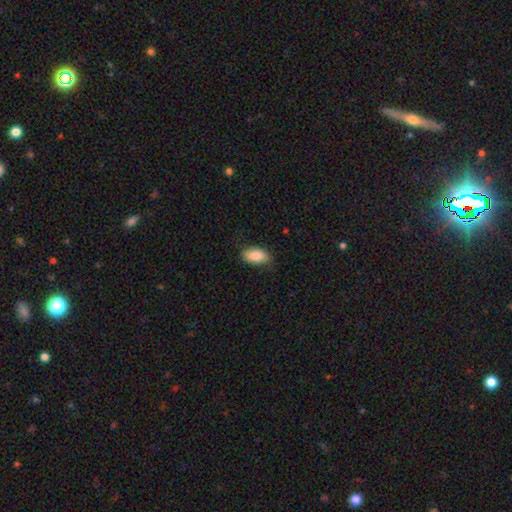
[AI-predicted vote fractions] smooth_or_featured: smooth (p=0.86) [alt: featured or disk p=0.07]
how_rounded: in between (p=0.93) [alt: round p=0.05]
merging: none (p=0.80) [alt: minor disturbance p=0.16]